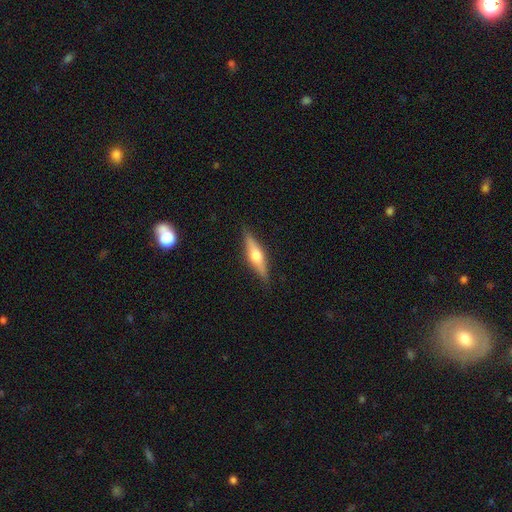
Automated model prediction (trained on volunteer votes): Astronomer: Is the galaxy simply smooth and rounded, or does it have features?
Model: featured or disk — 57% (runner-up: smooth, 37%).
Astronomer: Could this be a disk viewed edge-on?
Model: yes — 94%.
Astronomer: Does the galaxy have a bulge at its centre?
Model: rounded — 93%.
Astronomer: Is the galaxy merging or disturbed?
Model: none — 88%.